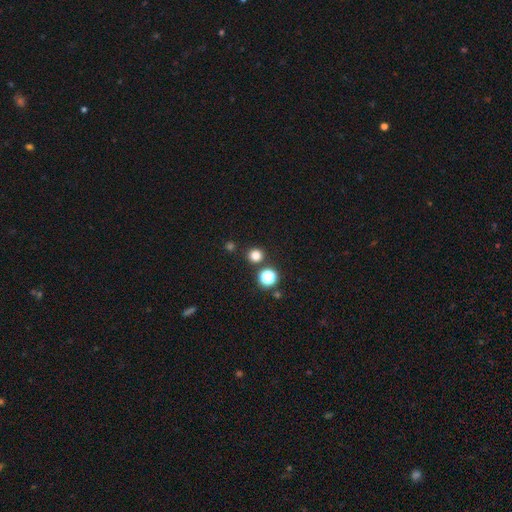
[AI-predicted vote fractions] Q: Smooth or featured?
A: smooth (78%); runner-up: star or artifact (18%)
Q: How rounded?
A: round (93%); runner-up: in between (6%)
Q: Merging?
A: none (86%); runner-up: merger (6%)